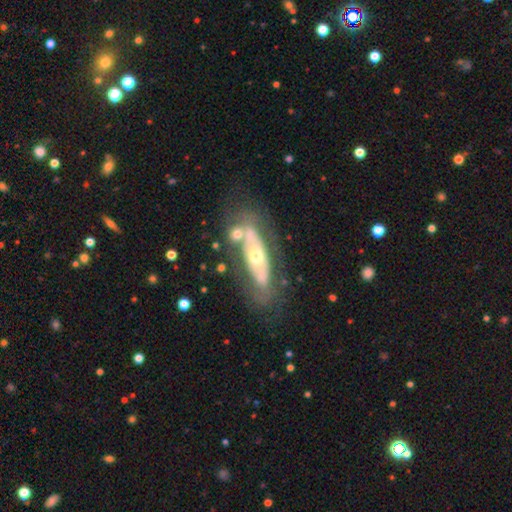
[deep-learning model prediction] Smooth or featured?
  - featured or disk: 71% *
  - smooth: 23%
  - star or artifact: 6%
Edge-on disk?
  - no: 77% *
  - yes: 23%
Bar?
  - no: 82% *
  - weak: 11%
  - strong: 7%
Spiral arms?
  - no: 67% *
  - yes: 33%
Bulge size?
  - moderate: 67% *
  - small: 23%
  - large: 8%
  - dominant: 1%
  - none: 1%
Merging?
  - none: 63% *
  - minor disturbance: 17%
  - major disturbance: 10%
  - merger: 9%